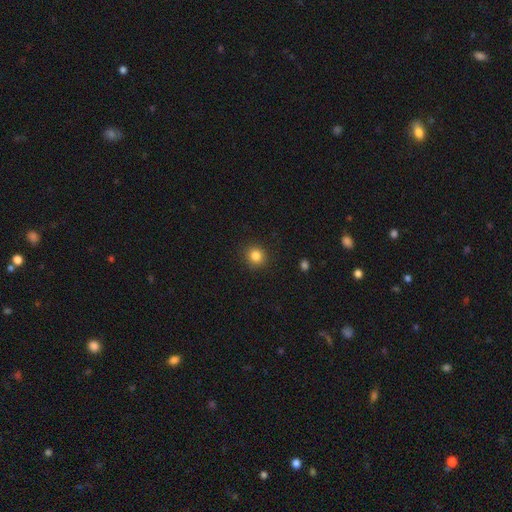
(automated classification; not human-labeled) The model was most divided on "smooth or featured": smooth: 84%, star or artifact: 11%, featured or disk: 5%. More confident: merging — none (90%); how rounded — round (88%).